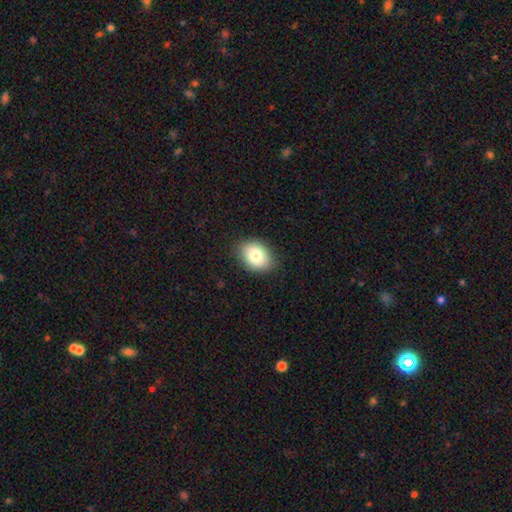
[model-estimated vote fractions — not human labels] Smooth or featured?
  - smooth: 82% *
  - featured or disk: 10%
  - star or artifact: 8%
How rounded?
  - in between: 71% *
  - round: 28%
  - cigar-shaped: 1%
Merging?
  - none: 87% *
  - minor disturbance: 10%
  - major disturbance: 2%
  - merger: 1%